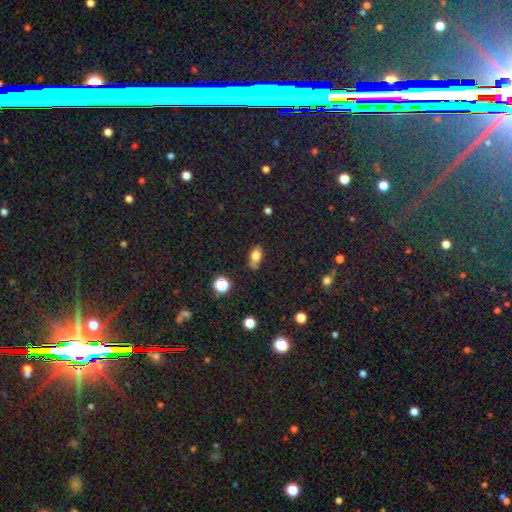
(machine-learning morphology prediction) smooth_or_featured: smooth (p=0.76) [alt: featured or disk p=0.13]
how_rounded: in between (p=0.83) [alt: round p=0.10]
merging: none (p=0.68) [alt: minor disturbance p=0.23]